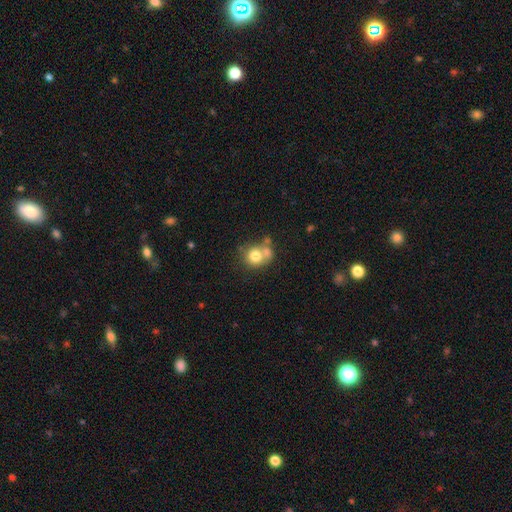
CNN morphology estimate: smooth-or-featured: smooth: 75% | featured or disk: 15% | star or artifact: 10%
  how-rounded: round: 79% | in between: 20% | cigar-shaped: 1%
  merging: none: 42% | merger: 38% | minor disturbance: 13% | major disturbance: 7%